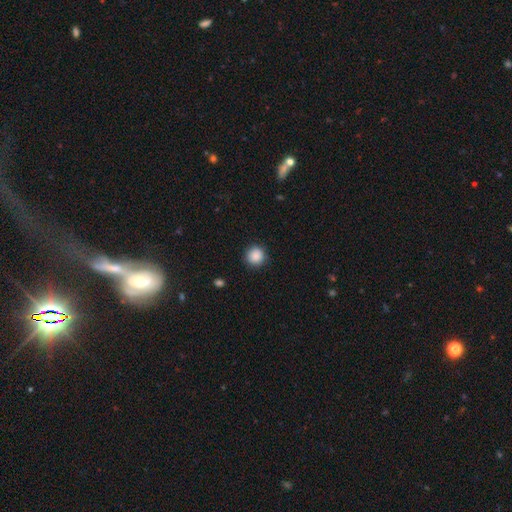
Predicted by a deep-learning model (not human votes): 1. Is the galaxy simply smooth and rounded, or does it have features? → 88% smooth, 9% star or artifact, 3% featured or disk.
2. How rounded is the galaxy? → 93% round, 6% in between, 1% cigar-shaped.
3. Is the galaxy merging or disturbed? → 87% none, 10% minor disturbance, 2% major disturbance, 1% merger.